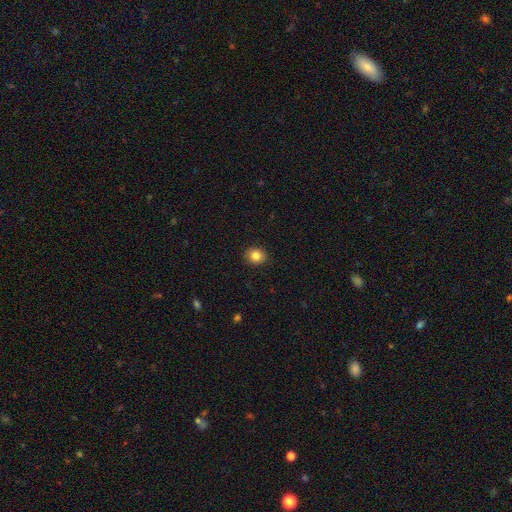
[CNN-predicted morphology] A smooth galaxy with no disk features (84%) that is round (68%).

Vote fractions:
- Smooth or featured? smooth: 84% / star or artifact: 10% / featured or disk: 6%
- How rounded? round: 68% / in between: 31% / cigar-shaped: 1%
- Merging? none: 91% / minor disturbance: 6% / major disturbance: 2% / merger: 1%